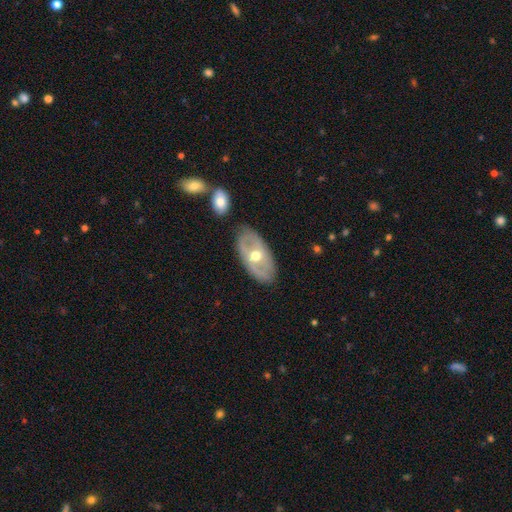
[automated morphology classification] type=featured or disk (65%); edge-on=no (88%); bar=no (60%); spiral arms=no (63%); bulge=moderate (78%); merging=none (80%).